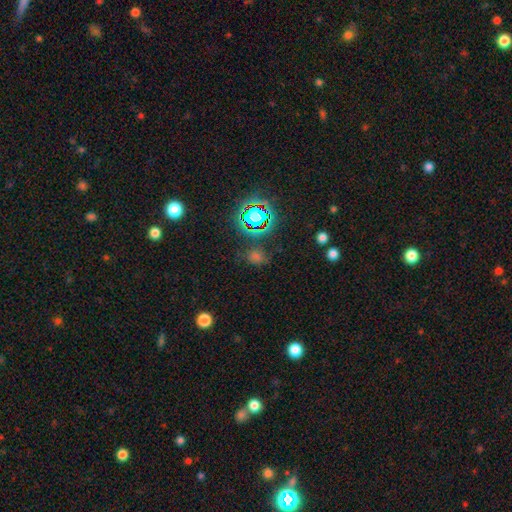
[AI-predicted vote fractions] smooth-or-featured: star or artifact: 56% | smooth: 33% | featured or disk: 11%